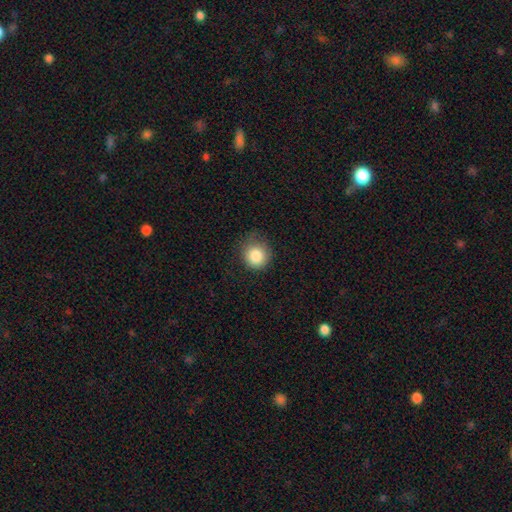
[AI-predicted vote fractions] This appears to be a smooth galaxy with no disk features (85%) that is round (86%). Merging: none (68%).